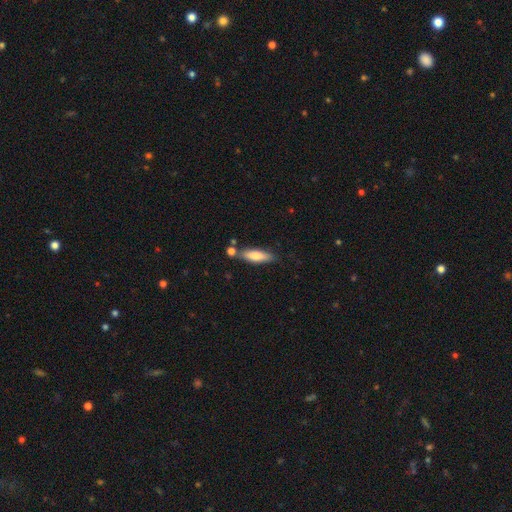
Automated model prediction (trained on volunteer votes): Smooth or featured?
  - smooth: 75% *
  - featured or disk: 19%
  - star or artifact: 6%
How rounded?
  - cigar-shaped: 56% *
  - in between: 42%
  - round: 2%
Merging?
  - none: 68% *
  - minor disturbance: 15%
  - merger: 13%
  - major disturbance: 4%